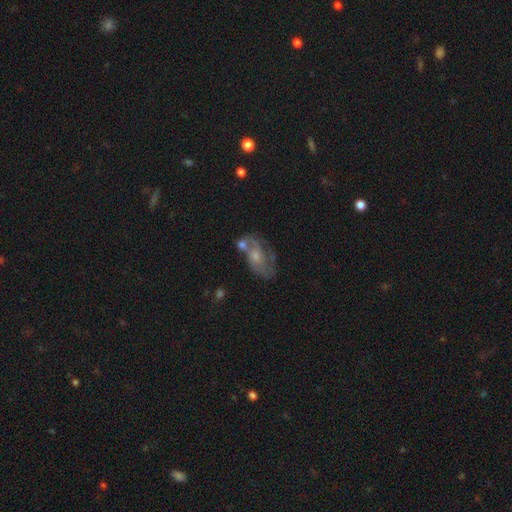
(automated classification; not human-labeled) featured or disk 62%, smooth 29%, star or artifact 9%. Down the decision tree: edge-on disk — no (95%); bar — no (74%); spiral arms — yes (74%); bulge size — small (55%); merging — none (38%).